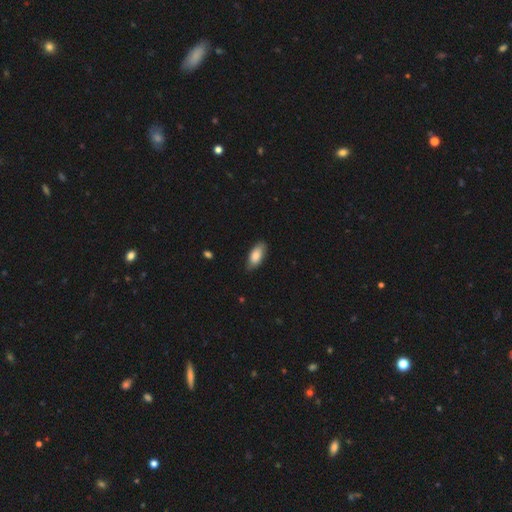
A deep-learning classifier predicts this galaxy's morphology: Overall: smooth (82%). How rounded: in between (88%). Merging: none (77%).